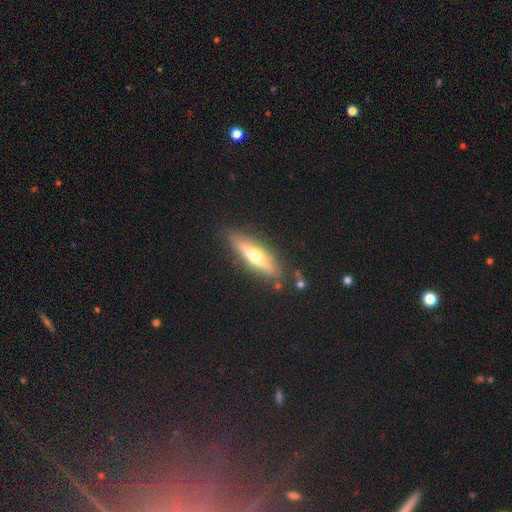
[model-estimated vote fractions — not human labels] This appears to be a featured or disk galaxy (57%) viewed edge-on (92%) with a rounded central bulge (91%). Merging: none (85%).